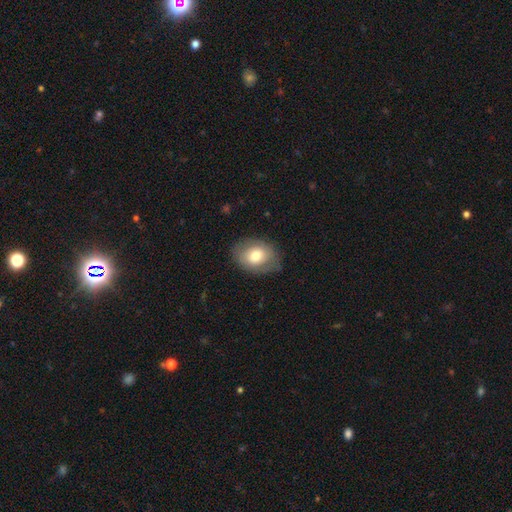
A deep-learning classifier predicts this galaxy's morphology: A smooth galaxy with no disk features (73%) that is in between round and cigar-shaped (70%). Merging: none (79%).